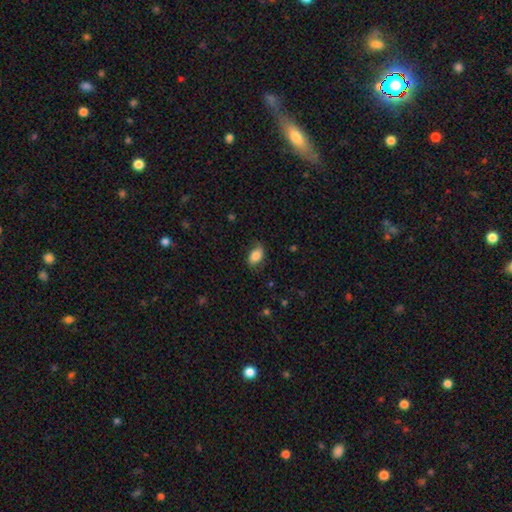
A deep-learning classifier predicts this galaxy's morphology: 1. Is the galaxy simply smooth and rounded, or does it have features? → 82% smooth, 11% featured or disk, 7% star or artifact.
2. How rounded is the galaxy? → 90% in between, 8% round, 2% cigar-shaped.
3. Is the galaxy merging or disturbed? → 70% none, 23% minor disturbance, 7% major disturbance, 1% merger.